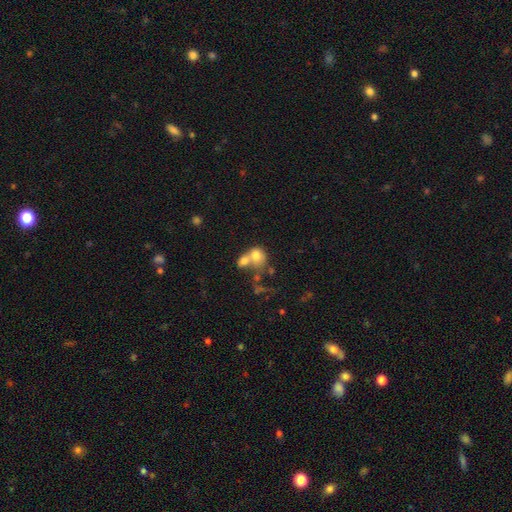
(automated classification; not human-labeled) Smooth or featured: smooth — 70% (featured or disk — 20%)
How rounded: round — 56% (in between — 43%)
Merging: merger — 66% (none — 20%)